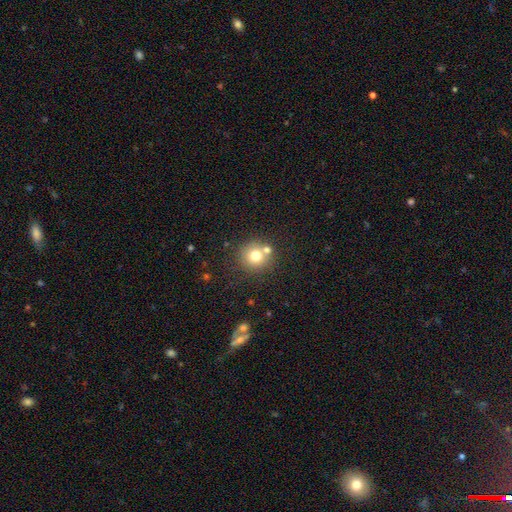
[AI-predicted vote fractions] smooth_or_featured: smooth (p=0.73) [alt: featured or disk p=0.13]
how_rounded: round (p=0.92) [alt: in between p=0.07]
merging: none (p=0.67) [alt: merger p=0.21]